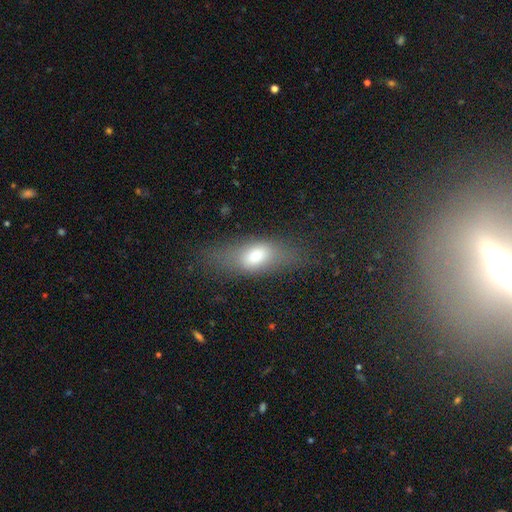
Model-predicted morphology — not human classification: Q: Smooth or featured?
A: smooth (69%); runner-up: featured or disk (22%)
Q: How rounded?
A: in between (73%); runner-up: cigar-shaped (21%)
Q: Merging?
A: none (69%); runner-up: minor disturbance (18%)